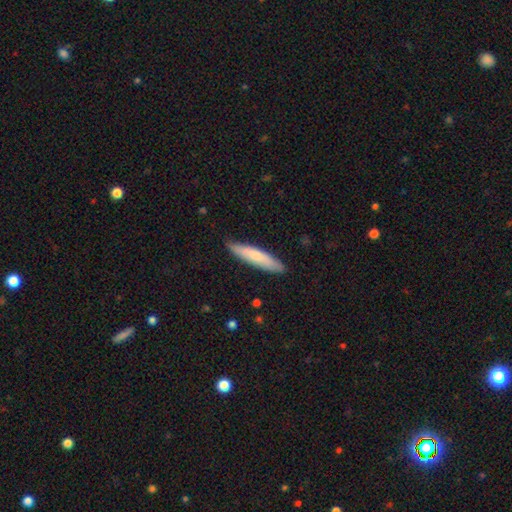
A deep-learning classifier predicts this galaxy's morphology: Smooth or featured: smooth — 70% (featured or disk — 25%)
How rounded: cigar-shaped — 84% (in between — 14%)
Merging: none — 86% (minor disturbance — 12%)